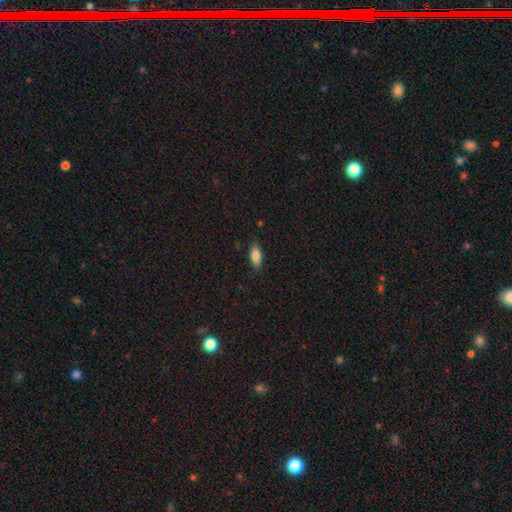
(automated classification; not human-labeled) A smooth galaxy with no disk features (84%) that is in between round and cigar-shaped (82%).

Vote fractions:
- Smooth or featured? smooth: 84% / featured or disk: 9% / star or artifact: 7%
- How rounded? in between: 82% / cigar-shaped: 16% / round: 3%
- Merging? none: 82% / minor disturbance: 14% / major disturbance: 3% / merger: 1%